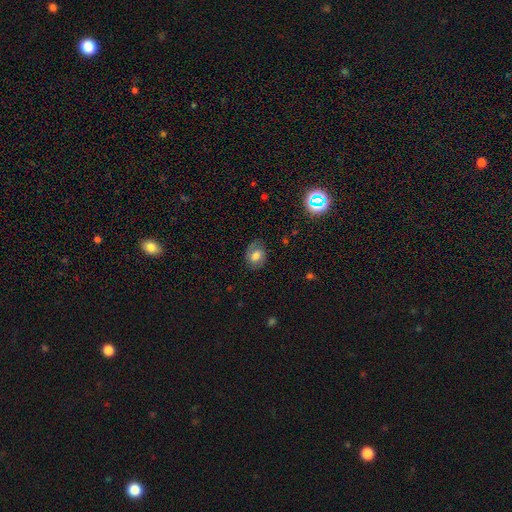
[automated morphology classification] The model was most divided on "how rounded": in between: 53%, round: 45%, cigar-shaped: 1%. More confident: merging — none (75%); smooth or featured — smooth (51%).